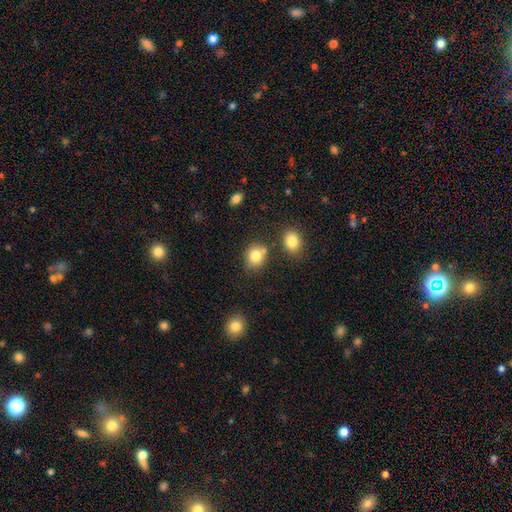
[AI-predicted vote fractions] smooth-or-featured: smooth: 82% | star or artifact: 10% | featured or disk: 8%
  how-rounded: round: 69% | in between: 30% | cigar-shaped: 1%
  merging: none: 65% | merger: 16% | minor disturbance: 15% | major disturbance: 4%